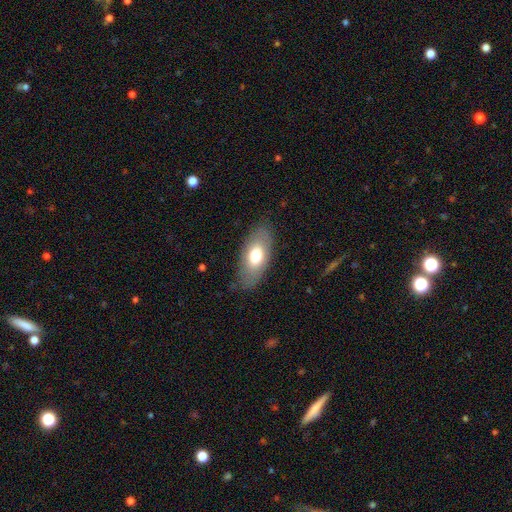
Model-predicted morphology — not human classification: Smooth or featured? Predicted: smooth (p=0.69). How rounded? Predicted: in between (p=0.90). Merging? Predicted: none (p=0.83).